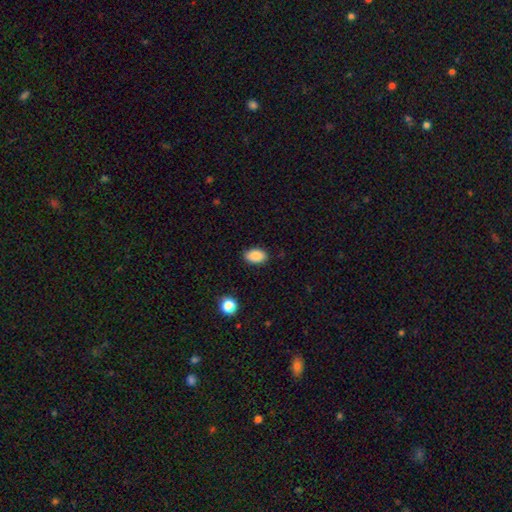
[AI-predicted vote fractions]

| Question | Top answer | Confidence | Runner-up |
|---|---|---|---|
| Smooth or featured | smooth | 88% | star or artifact (8%) |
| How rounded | in between | 90% | round (8%) |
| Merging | none | 87% | minor disturbance (10%) |